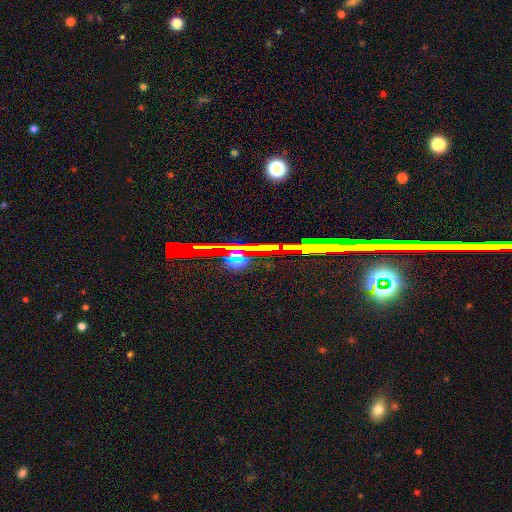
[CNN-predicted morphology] smooth_or_featured: star or artifact (p=0.67) [alt: featured or disk p=0.22]